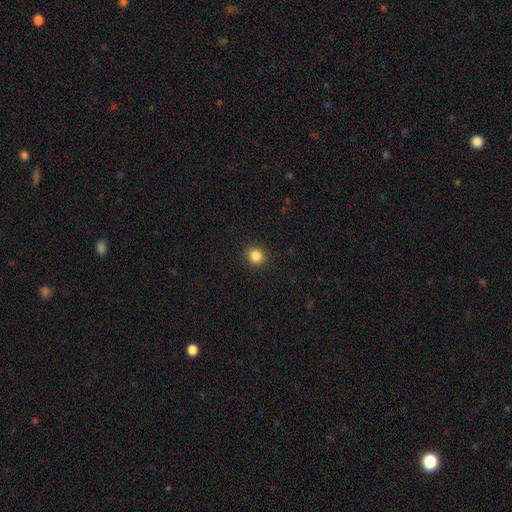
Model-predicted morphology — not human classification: This appears to be a smooth galaxy with no disk features (85%) that is round (89%). Merging: none (92%).